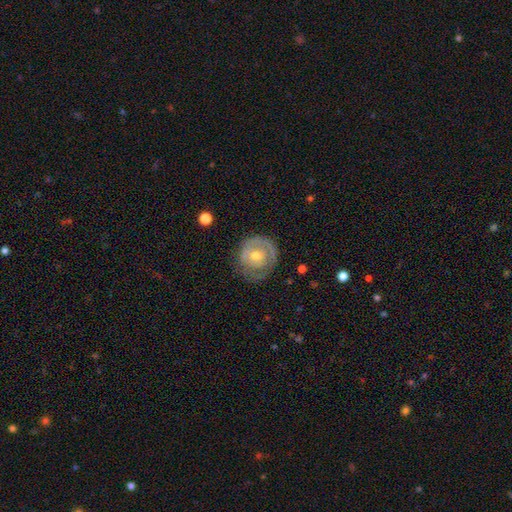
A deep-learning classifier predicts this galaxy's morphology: smooth_or_featured: featured or disk (p=0.65) [alt: smooth p=0.29]
disk_edge_on: no (p=0.97) [alt: yes p=0.03]
bar: no (p=0.73) [alt: weak p=0.23]
has_spiral_arms: yes (p=0.58) [alt: no p=0.42]
bulge_size: moderate (p=0.59) [alt: small p=0.35]
merging: none (p=0.68) [alt: minor disturbance p=0.21]